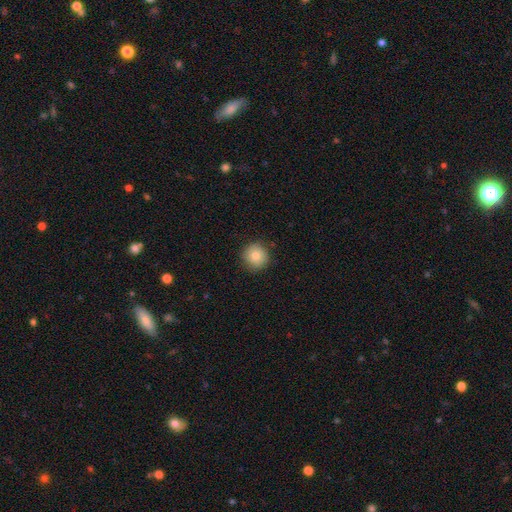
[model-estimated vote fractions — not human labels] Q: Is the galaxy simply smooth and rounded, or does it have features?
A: smooth — 81%.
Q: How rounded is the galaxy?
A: round — 93%.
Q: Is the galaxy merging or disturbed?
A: none — 86%.